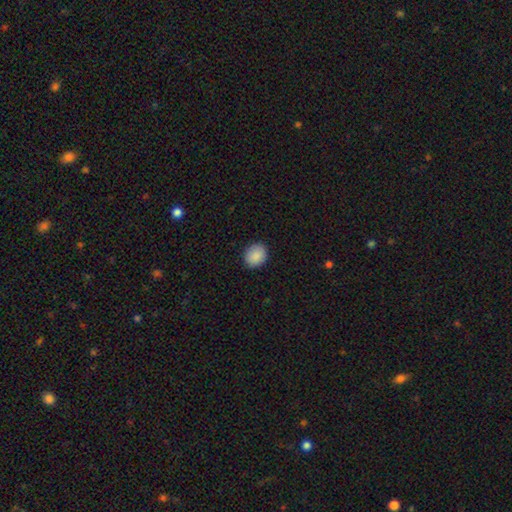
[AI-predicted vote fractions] Smooth or featured: smooth — 89% (star or artifact — 7%)
How rounded: round — 59% (in between — 41%)
Merging: none — 88% (minor disturbance — 9%)